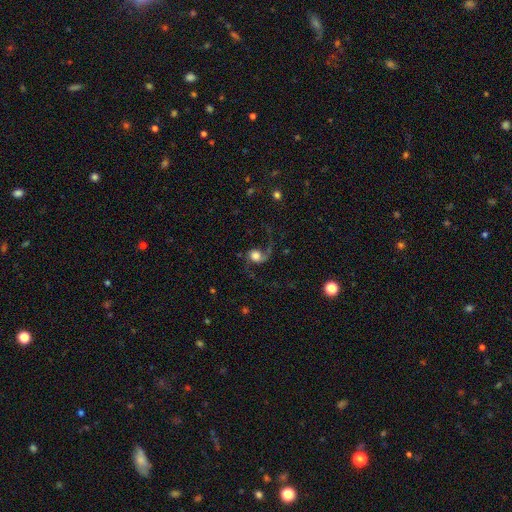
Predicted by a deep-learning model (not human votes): This is likely a featured or disk galaxy (71%). It is clearly not viewed edge-on (97%). Bar: likely no (70%). Spiral arm pattern: clearly yes (94%). Spiral arm count: likely 2 (74%). Spiral winding: likely loose (76%). Central bulge: marginally large (44%). Merging: possibly none (54%).